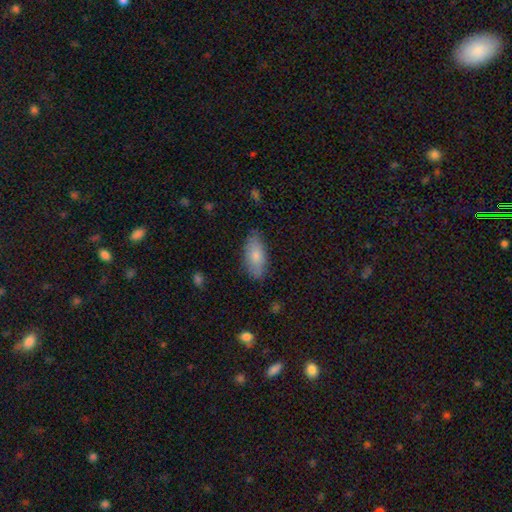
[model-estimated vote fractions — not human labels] Smooth or featured?
  - smooth: 80% *
  - featured or disk: 14%
  - star or artifact: 6%
How rounded?
  - in between: 89% *
  - cigar-shaped: 9%
  - round: 3%
Merging?
  - none: 82% *
  - minor disturbance: 14%
  - major disturbance: 3%
  - merger: 1%